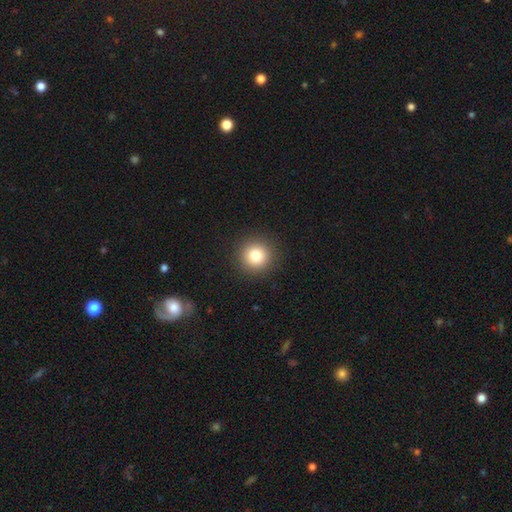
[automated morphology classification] Smooth or featured: smooth — 81% (star or artifact — 11%)
How rounded: round — 95% (in between — 4%)
Merging: none — 92% (minor disturbance — 5%)